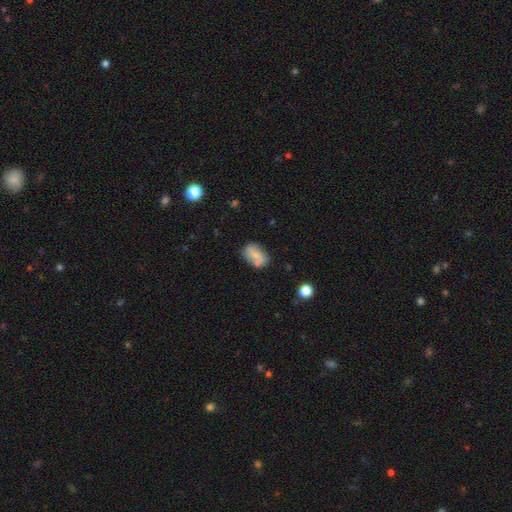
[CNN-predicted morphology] A smooth galaxy with no disk features (64%) that is in between round and cigar-shaped (85%).

Vote fractions:
- Smooth or featured? smooth: 64% / featured or disk: 27% / star or artifact: 9%
- How rounded? in between: 85% / round: 13% / cigar-shaped: 2%
- Merging? none: 60% / minor disturbance: 19% / merger: 15% / major disturbance: 5%